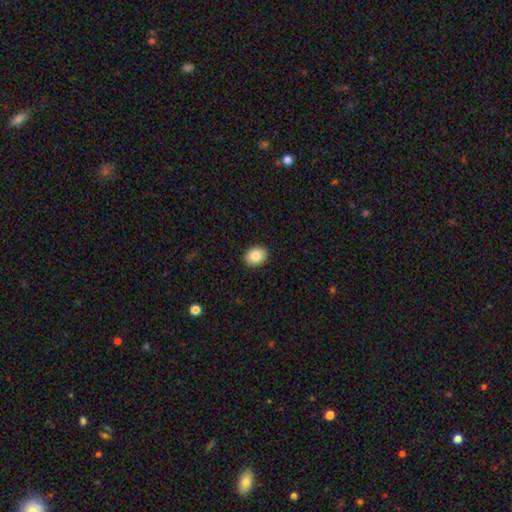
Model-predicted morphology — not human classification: Smooth or featured? Predicted: smooth (p=0.84). How rounded? Predicted: in between (p=0.64). Merging? Predicted: none (p=0.90).